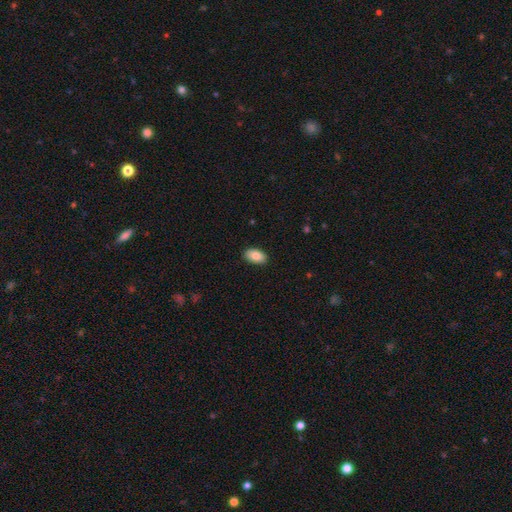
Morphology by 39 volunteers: This is clearly a smooth galaxy (87%). How rounded: clearly in between (100%). Merging: clearly none (84%).